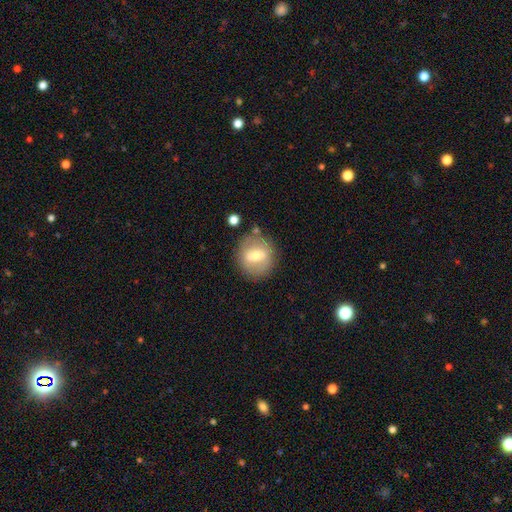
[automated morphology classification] Smooth or featured: smooth — 50% (featured or disk — 42%)
How rounded: round — 81% (in between — 18%)
Merging: none — 79% (minor disturbance — 12%)